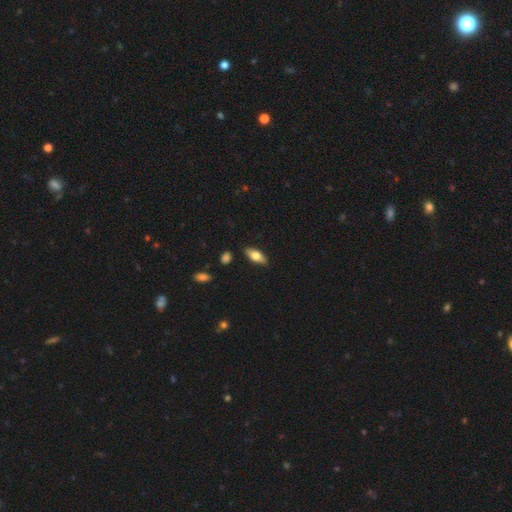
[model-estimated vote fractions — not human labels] The model was most divided on "smooth or featured": smooth: 64%, featured or disk: 29%, star or artifact: 6%. More confident: merging — none (86%); how rounded — in between (76%).